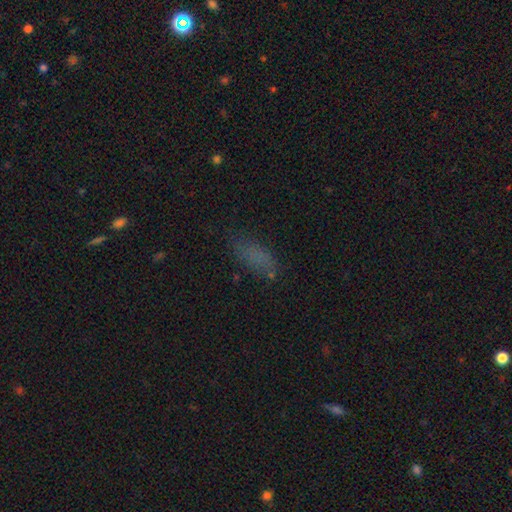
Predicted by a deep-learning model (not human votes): Smooth or featured: smooth — 73% (star or artifact — 15%)
How rounded: in between — 72% (cigar-shaped — 25%)
Merging: none — 68% (minor disturbance — 21%)